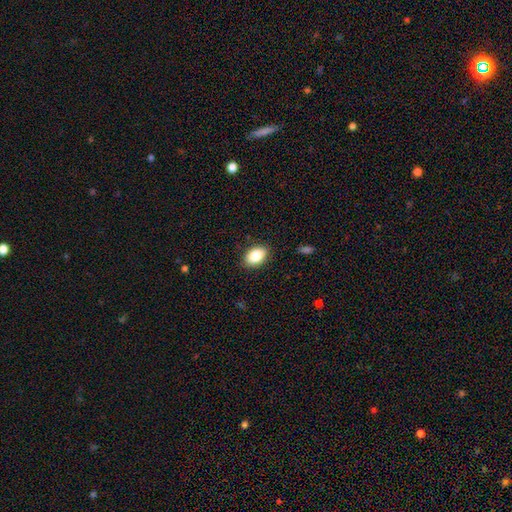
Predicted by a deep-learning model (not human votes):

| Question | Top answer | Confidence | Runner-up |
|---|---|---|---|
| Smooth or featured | smooth | 84% | featured or disk (9%) |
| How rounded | in between | 87% | round (12%) |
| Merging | none | 87% | minor disturbance (10%) |